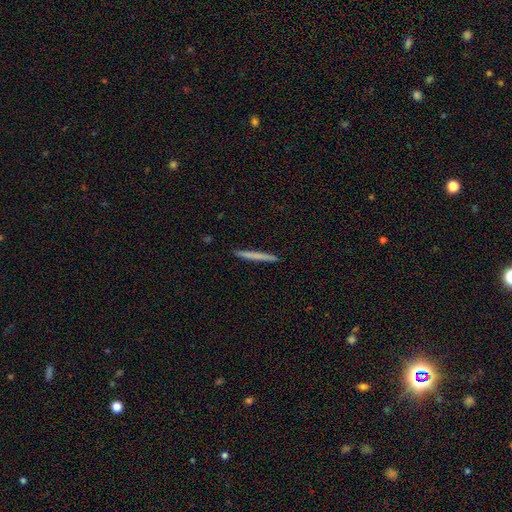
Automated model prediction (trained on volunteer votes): smooth-or-featured: smooth: 66% | featured or disk: 28% | star or artifact: 6%
  how-rounded: cigar-shaped: 97% | in between: 2% | round: 1%
  merging: none: 93% | minor disturbance: 5% | major disturbance: 1% | merger: 1%